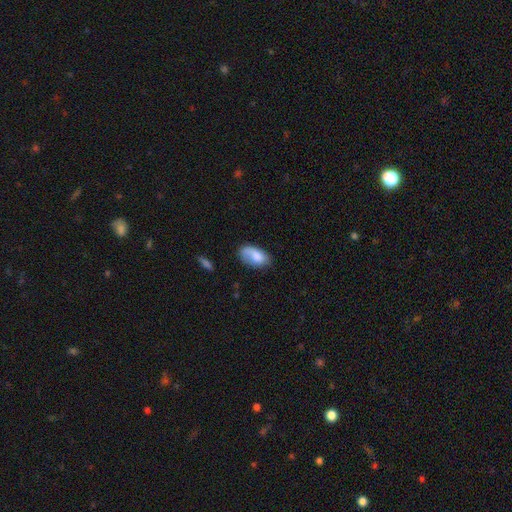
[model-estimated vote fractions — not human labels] Q: Smooth or featured?
A: smooth (69%); runner-up: featured or disk (24%)
Q: How rounded?
A: in between (93%); runner-up: round (5%)
Q: Merging?
A: none (56%); runner-up: minor disturbance (27%)